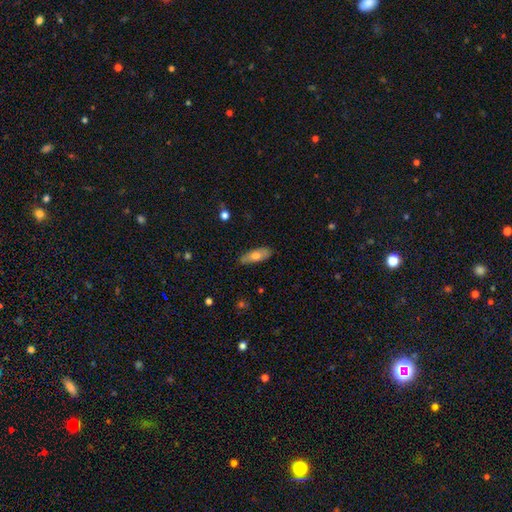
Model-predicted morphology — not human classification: Smooth or featured? Predicted: smooth (p=0.67). How rounded? Predicted: in between (p=0.66). Merging? Predicted: none (p=0.82).